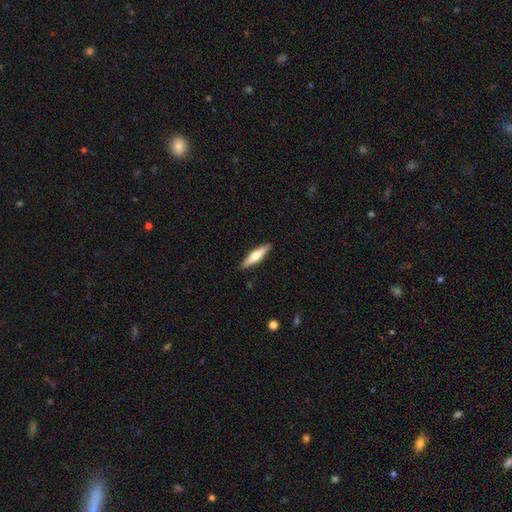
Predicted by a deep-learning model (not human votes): smooth_or_featured: smooth (p=0.48) [alt: featured or disk p=0.47]
merging: none (p=0.90) [alt: minor disturbance p=0.07]